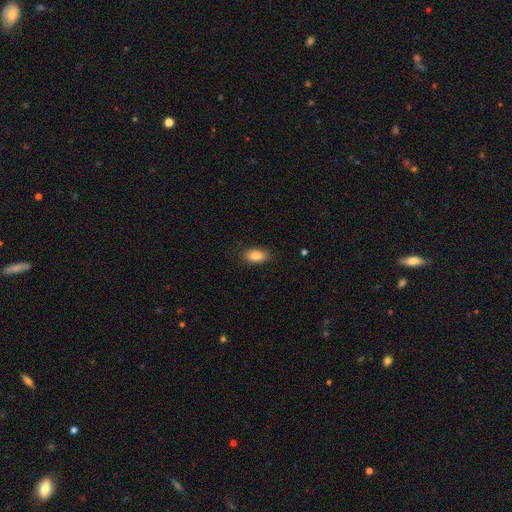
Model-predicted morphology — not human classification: Smooth or featured: smooth — 84% (featured or disk — 8%)
How rounded: in between — 91% (round — 5%)
Merging: none — 86% (minor disturbance — 10%)